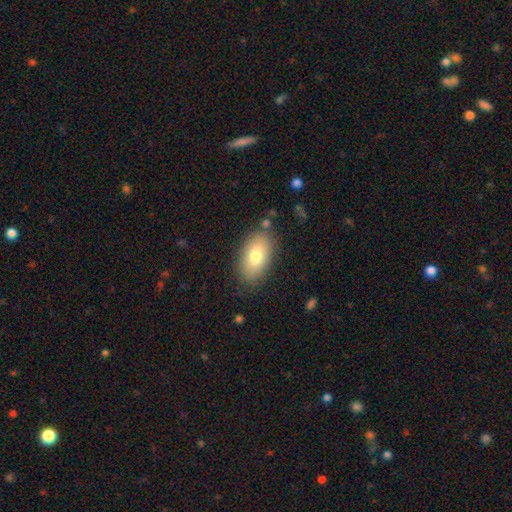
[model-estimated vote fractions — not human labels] This appears to be a smooth galaxy with no disk features (75%) that is in between round and cigar-shaped (92%). Merging: none (82%).